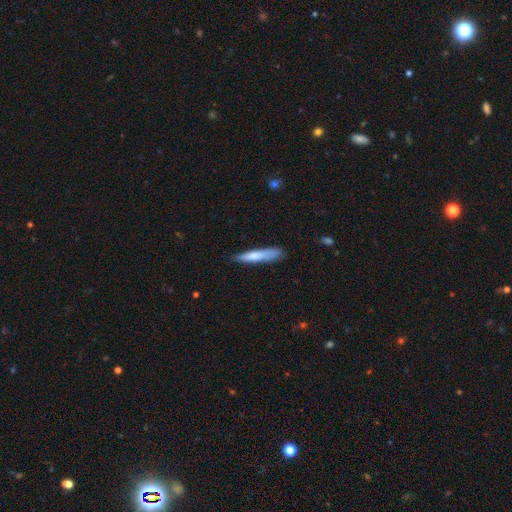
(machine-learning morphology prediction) The model was most divided on "smooth or featured": smooth: 74%, featured or disk: 20%, star or artifact: 6%. More confident: how rounded — cigar-shaped (90%); merging — none (77%).